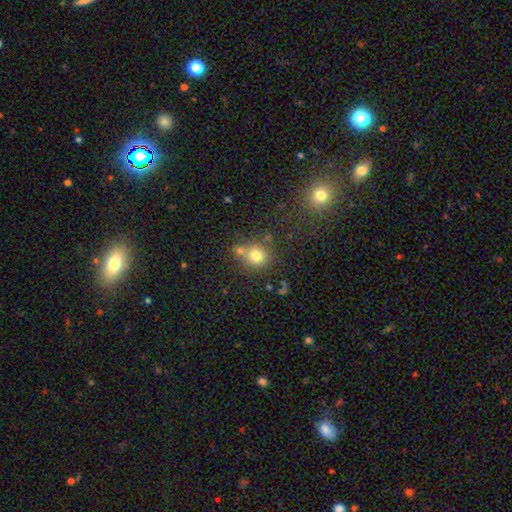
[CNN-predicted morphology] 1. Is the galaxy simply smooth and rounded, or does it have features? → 75% smooth, 14% star or artifact, 11% featured or disk.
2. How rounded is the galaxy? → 83% round, 16% in between, 1% cigar-shaped.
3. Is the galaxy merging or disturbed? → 60% none, 24% merger, 12% minor disturbance, 5% major disturbance.